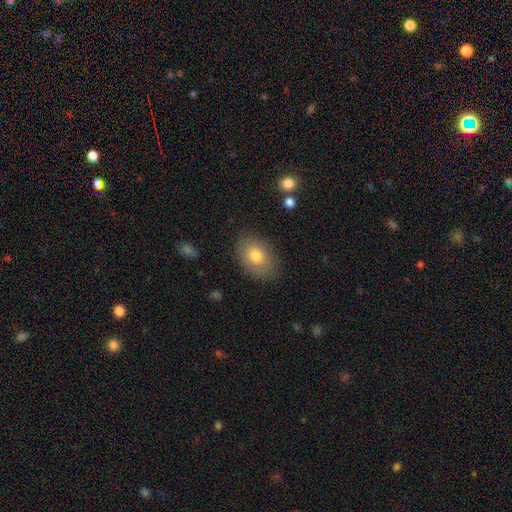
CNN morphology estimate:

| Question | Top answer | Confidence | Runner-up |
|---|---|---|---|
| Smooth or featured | smooth | 76% | featured or disk (15%) |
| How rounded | in between | 81% | round (18%) |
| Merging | none | 82% | minor disturbance (13%) |